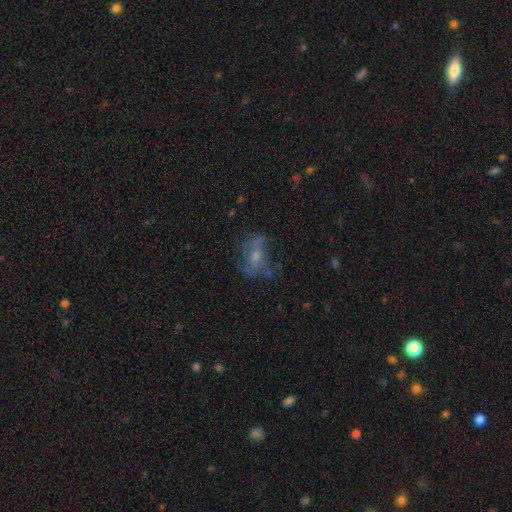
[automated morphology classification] A featured or disk galaxy (56%) with no bar (56%), spiral arms (60%) and a small central bulge (42%). Merging: none (52%).